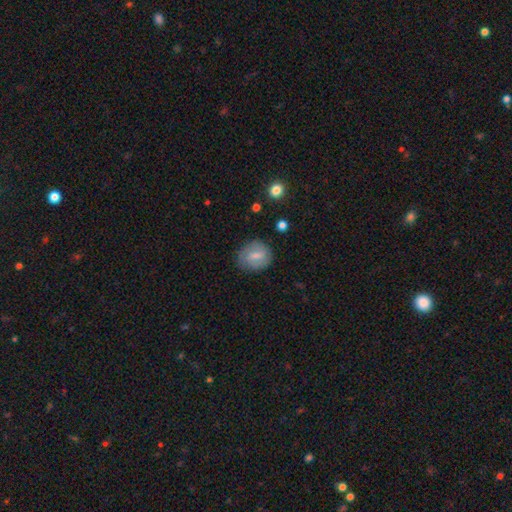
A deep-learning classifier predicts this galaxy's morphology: The model was most divided on "how rounded": round: 59%, in between: 39%, cigar-shaped: 2%. More confident: merging — none (78%); smooth or featured — smooth (61%).